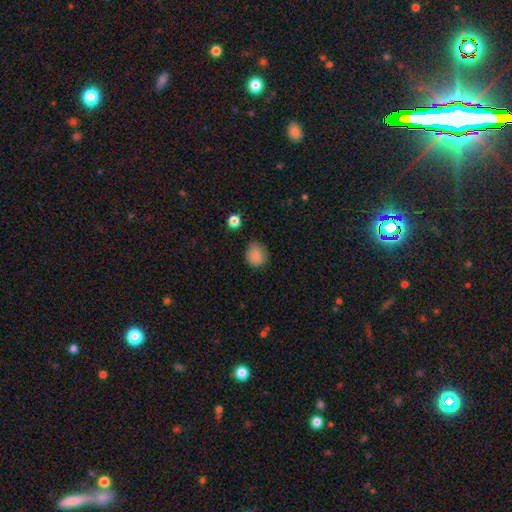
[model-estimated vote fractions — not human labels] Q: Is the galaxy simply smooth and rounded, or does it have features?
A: smooth — 85%.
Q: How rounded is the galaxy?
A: round — 75%.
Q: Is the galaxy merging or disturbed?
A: none — 72%.